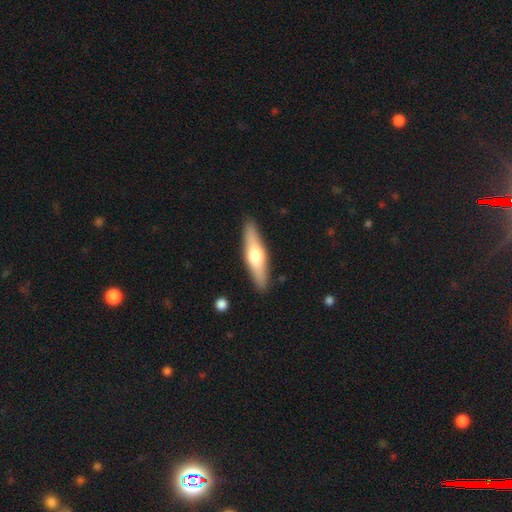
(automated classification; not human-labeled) smooth_or_featured: smooth (p=0.48) [alt: featured or disk p=0.47]
merging: none (p=0.89) [alt: minor disturbance p=0.08]